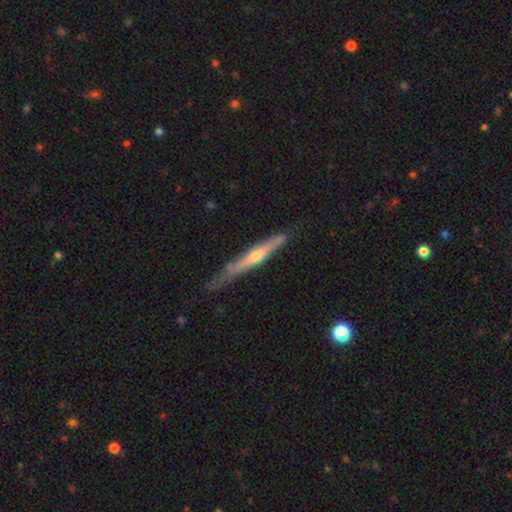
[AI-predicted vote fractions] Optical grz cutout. It shows a featured or disk galaxy (70%) viewed edge-on (96%) with a rounded central bulge (72%). Merging: none (68%).